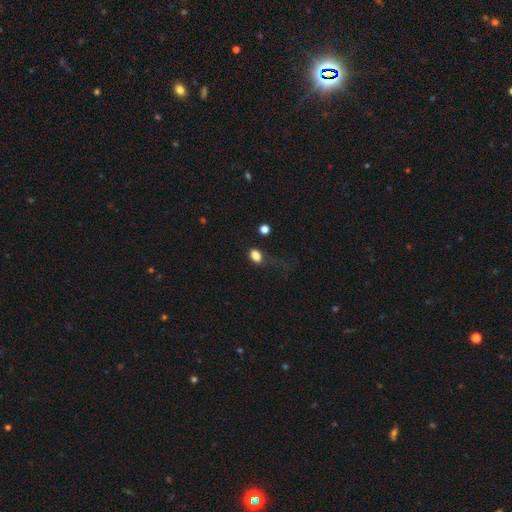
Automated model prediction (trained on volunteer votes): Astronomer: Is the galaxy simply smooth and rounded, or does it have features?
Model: smooth — 83%.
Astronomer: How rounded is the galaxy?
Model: in between — 75%.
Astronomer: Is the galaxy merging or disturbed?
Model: none — 57%.